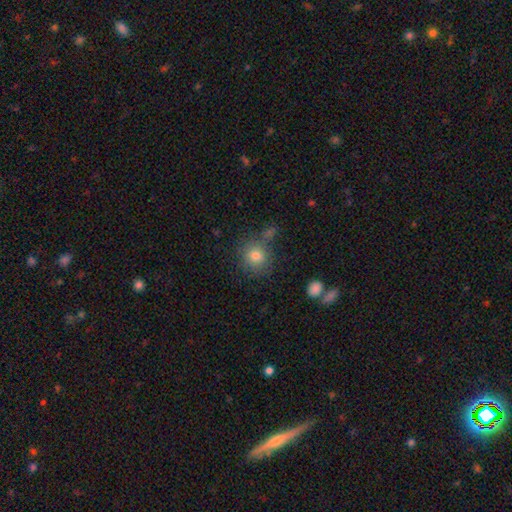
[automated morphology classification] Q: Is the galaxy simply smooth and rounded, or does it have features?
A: smooth — 79%.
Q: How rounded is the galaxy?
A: round — 89%.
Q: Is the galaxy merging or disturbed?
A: none — 70%.